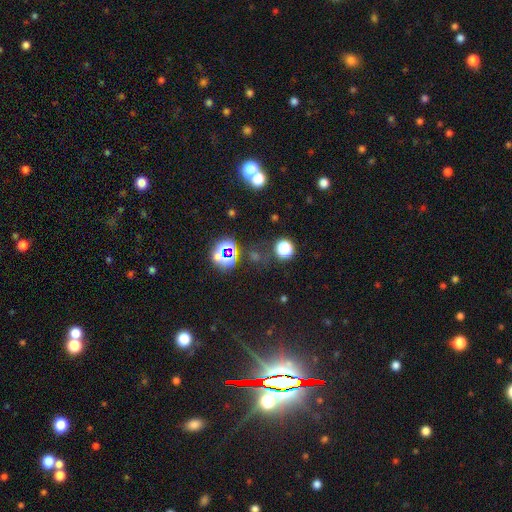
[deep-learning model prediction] smooth_or_featured: star or artifact (p=0.79) [alt: smooth p=0.13]